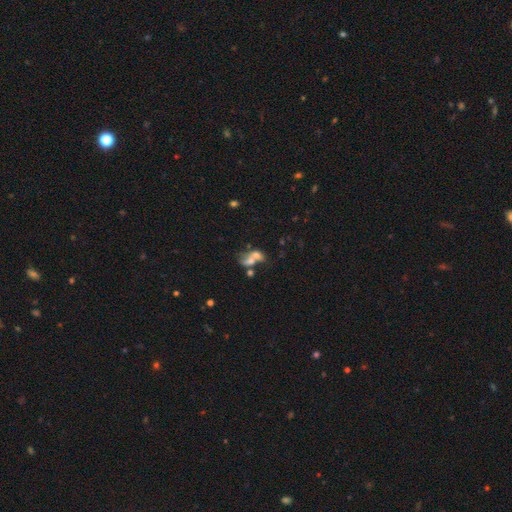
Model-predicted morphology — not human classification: This appears to be a smooth galaxy with no disk features (51%) that is in between round and cigar-shaped (72%). Merging: merger (62%).